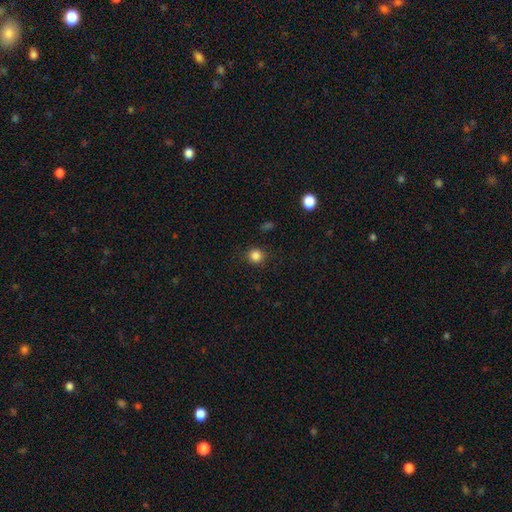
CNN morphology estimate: smooth-or-featured: smooth: 85% | star or artifact: 12% | featured or disk: 3%
  how-rounded: round: 92% | in between: 8% | cigar-shaped: 1%
  merging: none: 89% | minor disturbance: 7% | major disturbance: 3% | merger: 1%